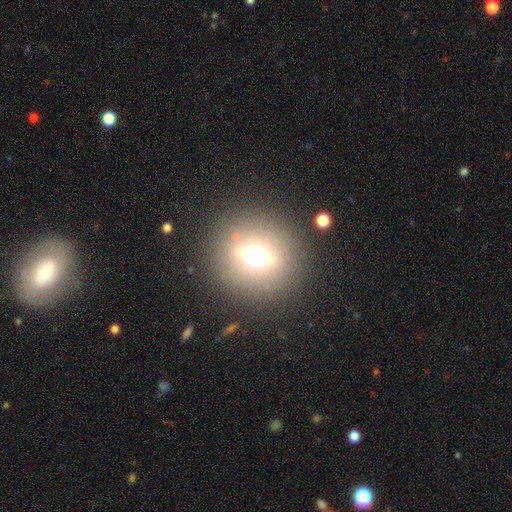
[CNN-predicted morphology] Overall: smooth (44%; featured or disk 31%). Merging: none (84%).